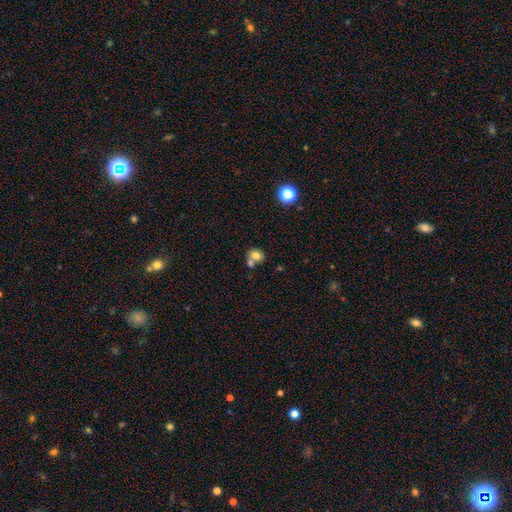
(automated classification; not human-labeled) Overall: smooth (75%). How rounded: round (63%; in between 36%). Merging: none (44%; merger 43%).